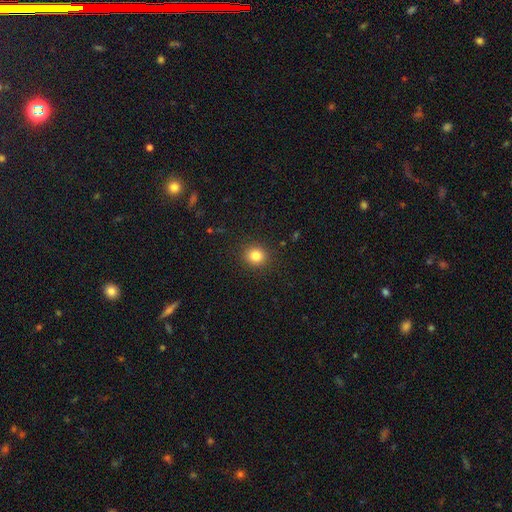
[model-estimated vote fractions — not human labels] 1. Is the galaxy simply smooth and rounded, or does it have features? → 83% smooth, 11% star or artifact, 6% featured or disk.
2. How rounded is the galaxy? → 85% round, 14% in between, 1% cigar-shaped.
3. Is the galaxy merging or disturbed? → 90% none, 6% minor disturbance, 2% major disturbance, 1% merger.